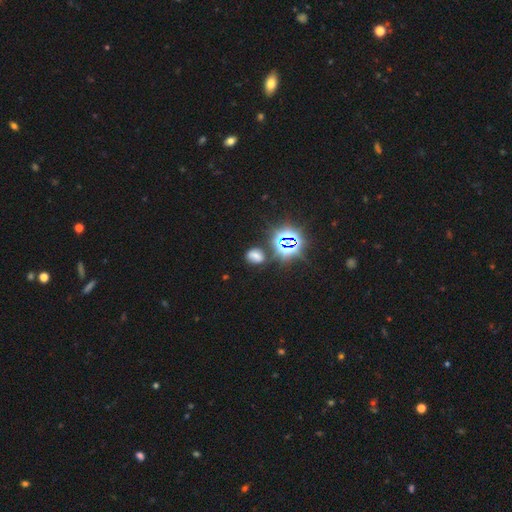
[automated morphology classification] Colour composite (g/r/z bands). It shows a smooth galaxy with no disk features (51%) that is in between round and cigar-shaped (59%). Merging: none (71%).